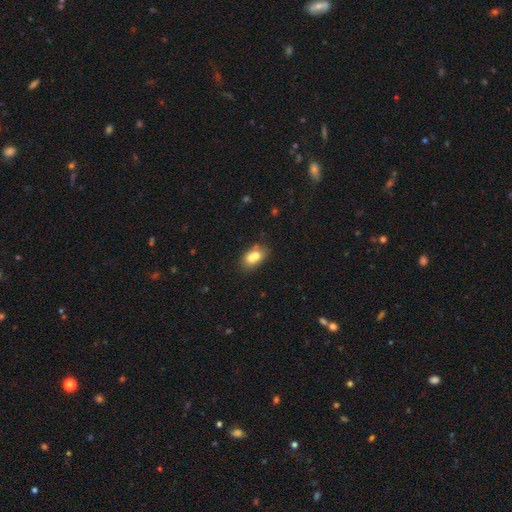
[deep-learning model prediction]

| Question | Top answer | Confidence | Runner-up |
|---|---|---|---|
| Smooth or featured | smooth | 68% | featured or disk (22%) |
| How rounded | in between | 72% | round (26%) |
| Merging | merger | 49% | none (35%) |